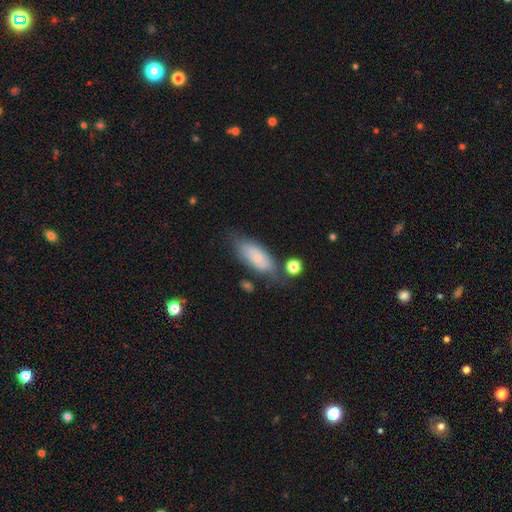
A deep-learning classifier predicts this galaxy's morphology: Smooth or featured? Predicted: smooth (p=0.65). How rounded? Predicted: in between (p=0.82). Merging? Predicted: none (p=0.61).